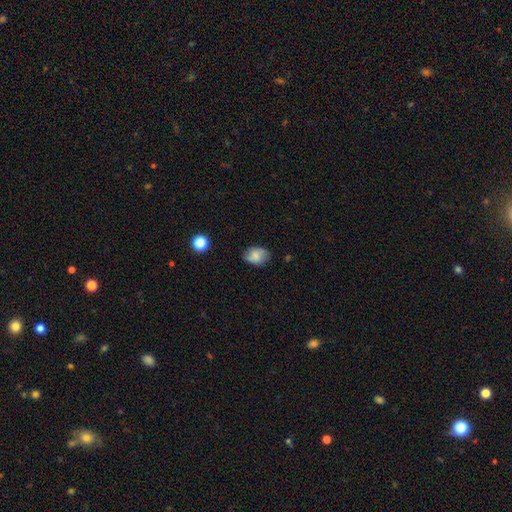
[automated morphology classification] Smooth or featured? smooth (75%)
How rounded? in between (68%)
Merging? none (72%)